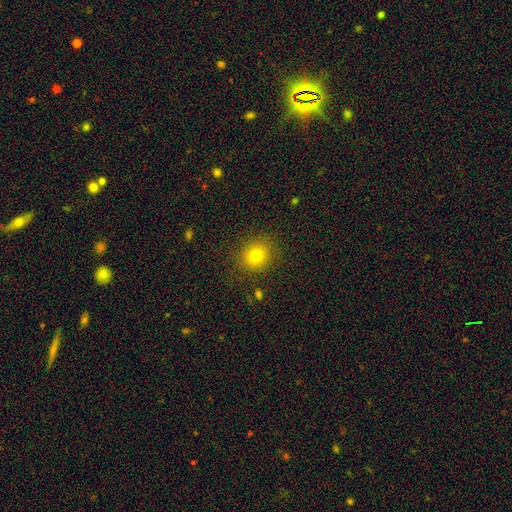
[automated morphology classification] Smooth or featured? smooth (78%)
How rounded? round (82%)
Merging? none (87%)